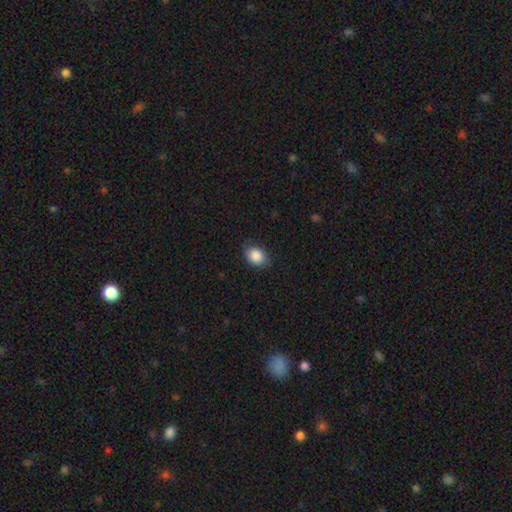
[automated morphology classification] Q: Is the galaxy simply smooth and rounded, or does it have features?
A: smooth — 88%.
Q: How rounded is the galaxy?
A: in between — 56%.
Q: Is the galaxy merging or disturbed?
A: none — 82%.